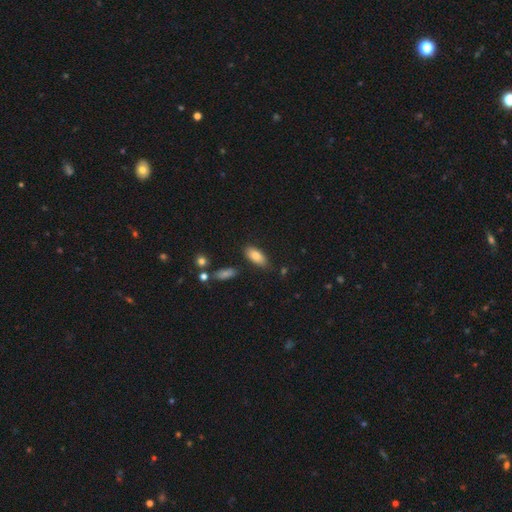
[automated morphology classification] Overall: smooth (82%). How rounded: in between (86%). Merging: none (79%).